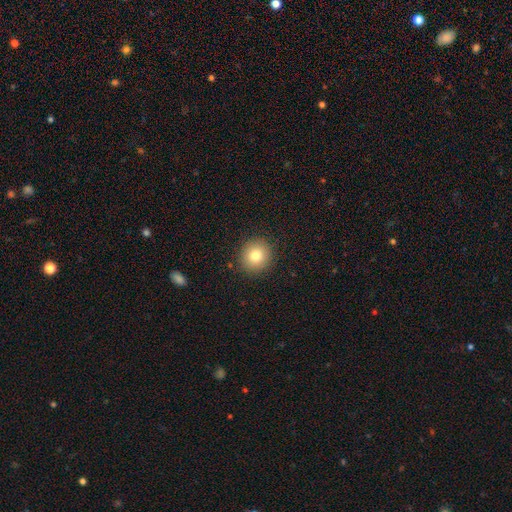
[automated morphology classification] Overall: smooth (81%). How rounded: round (88%). Merging: none (90%).